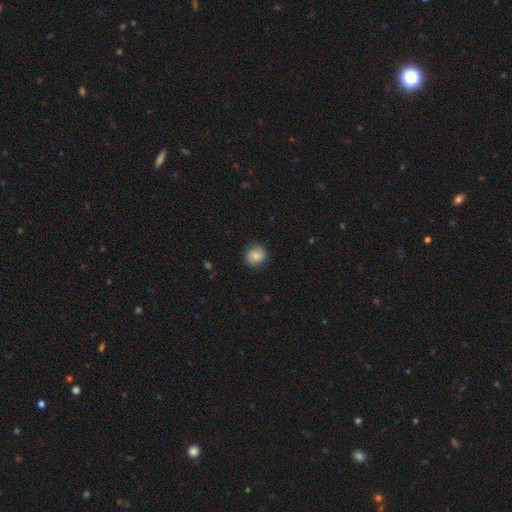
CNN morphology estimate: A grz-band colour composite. It shows a smooth galaxy with no disk features (68%) that is round (83%). Merging: none (82%).